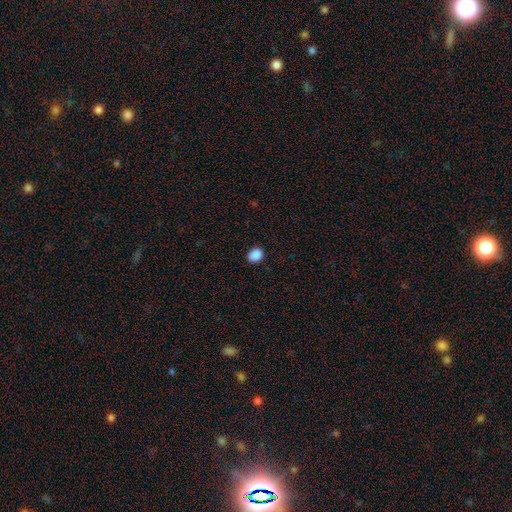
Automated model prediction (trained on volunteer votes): Morphology: type=smooth (88%); roundness=round (57%); merging=none (89%).